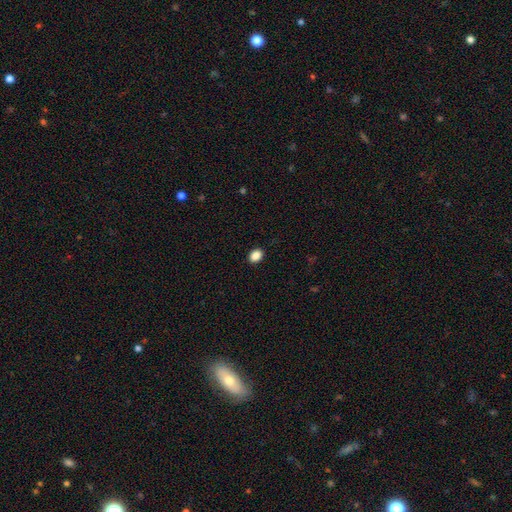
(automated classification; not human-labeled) smooth 88%, star or artifact 9%, featured or disk 3%. Down the decision tree: how rounded — in between (66%); merging — none (90%).